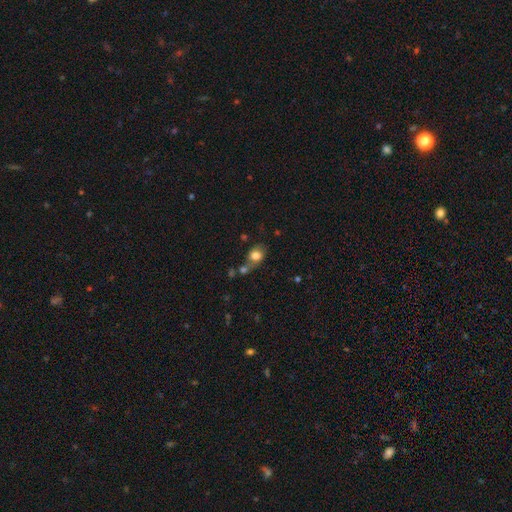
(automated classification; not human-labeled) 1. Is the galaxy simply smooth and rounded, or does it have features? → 76% smooth, 14% featured or disk, 10% star or artifact.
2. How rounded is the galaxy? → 55% in between, 44% round, 2% cigar-shaped.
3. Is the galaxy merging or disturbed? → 41% none, 31% merger, 18% minor disturbance, 10% major disturbance.